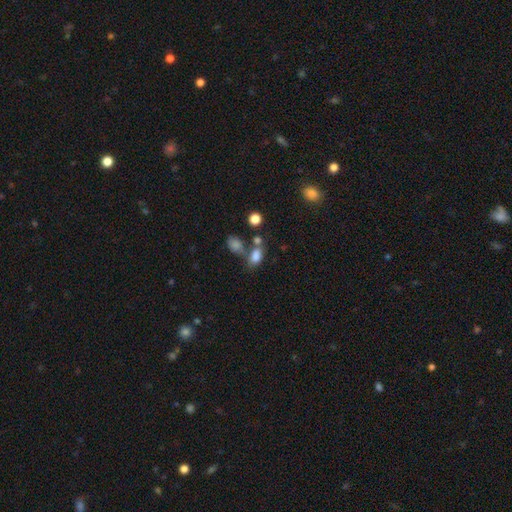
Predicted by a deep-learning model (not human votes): smooth 80%, star or artifact 12%, featured or disk 9%. Down the decision tree: how rounded — in between (85%); merging — none (45%).